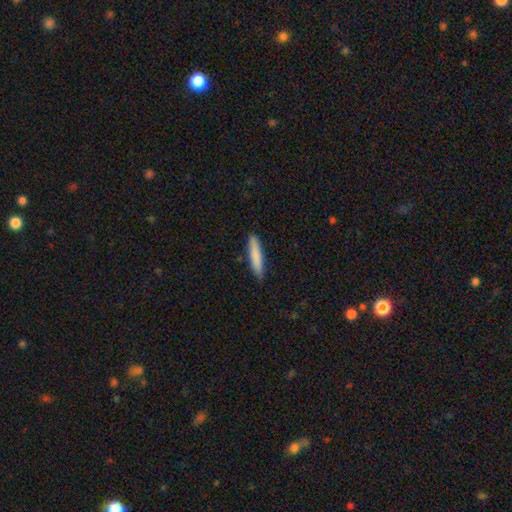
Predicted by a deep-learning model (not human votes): Smooth or featured? Predicted: smooth (p=0.83). How rounded? Predicted: cigar-shaped (p=0.89). Merging? Predicted: none (p=0.88).